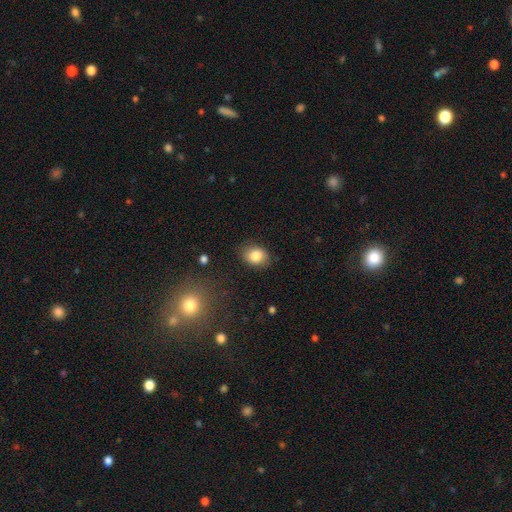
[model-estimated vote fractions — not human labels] Overall: smooth (83%). How rounded: in between (60%; round 39%). Merging: none (83%).